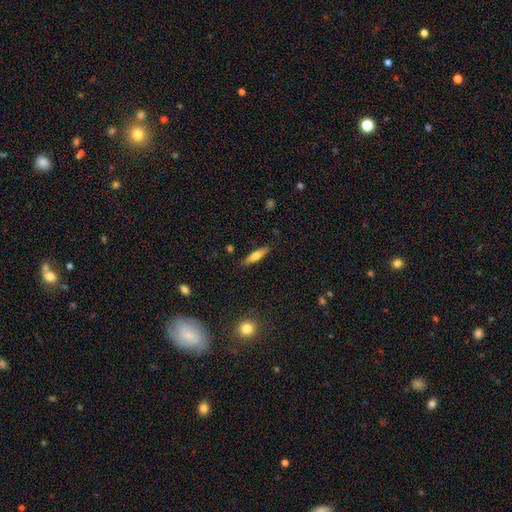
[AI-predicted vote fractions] A smooth galaxy with no disk features (56%) that is cigar-shaped (72%).

Vote fractions:
- Smooth or featured? smooth: 56% / featured or disk: 38% / star or artifact: 7%
- How rounded? cigar-shaped: 72% / in between: 26% / round: 2%
- Merging? none: 87% / minor disturbance: 10% / major disturbance: 2% / merger: 2%